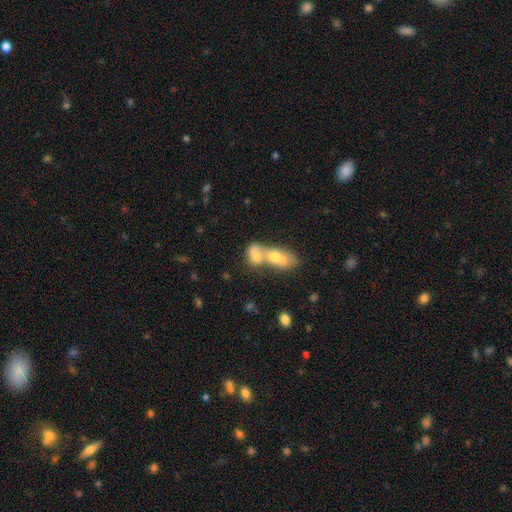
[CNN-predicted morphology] A smooth galaxy with no disk features (64%) that is in between round and cigar-shaped (67%).

Vote fractions:
- Smooth or featured? smooth: 64% / featured or disk: 26% / star or artifact: 10%
- How rounded? in between: 67% / round: 24% / cigar-shaped: 9%
- Merging? merger: 79% / none: 11% / minor disturbance: 5% / major disturbance: 4%